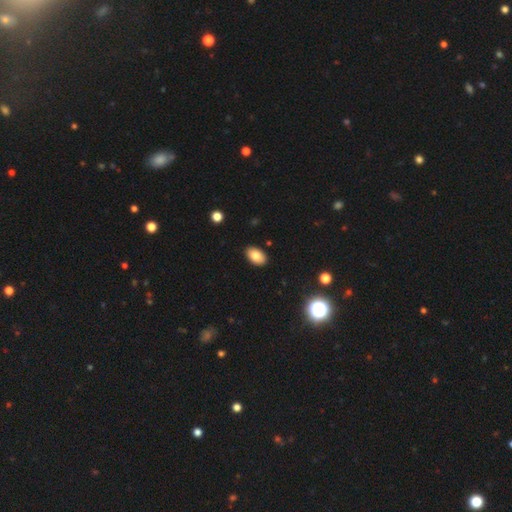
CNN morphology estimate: Smooth or featured?
  - smooth: 81% *
  - featured or disk: 10%
  - star or artifact: 9%
How rounded?
  - in between: 91% *
  - round: 8%
  - cigar-shaped: 1%
Merging?
  - none: 89% *
  - minor disturbance: 8%
  - major disturbance: 2%
  - merger: 1%